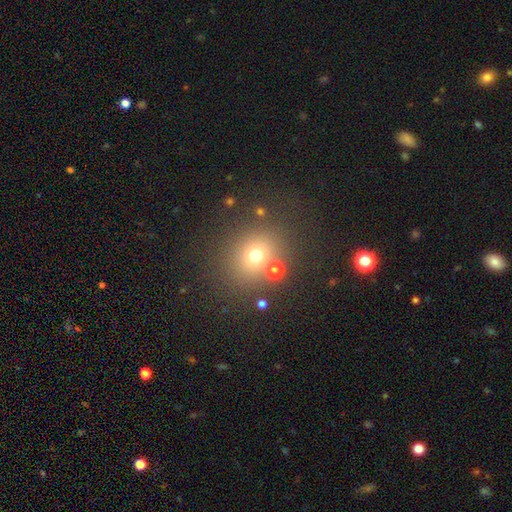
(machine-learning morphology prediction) A smooth galaxy with no disk features (68%) that is round (79%).

Vote fractions:
- Smooth or featured? smooth: 68% / star or artifact: 21% / featured or disk: 11%
- How rounded? round: 79% / in between: 20% / cigar-shaped: 1%
- Merging? none: 75% / minor disturbance: 10% / merger: 10% / major disturbance: 5%